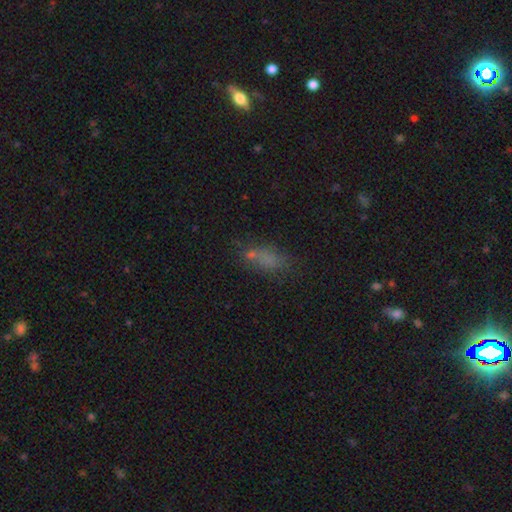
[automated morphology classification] Smooth or featured? Predicted: smooth (p=0.64). How rounded? Predicted: in between (p=0.74). Merging? Predicted: none (p=0.54).